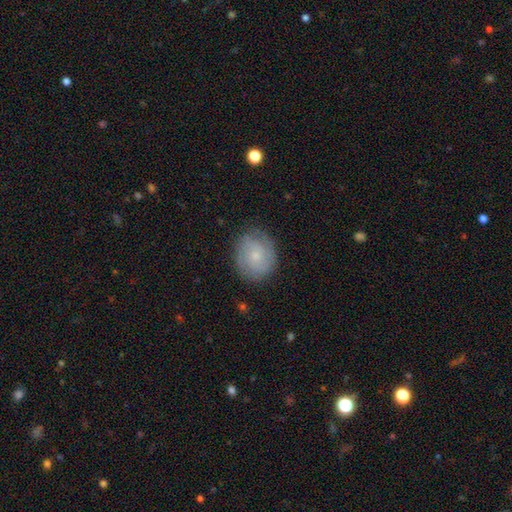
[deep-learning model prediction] smooth 54%, featured or disk 38%, star or artifact 8%. Down the decision tree: how rounded — round (61%); merging — none (79%).